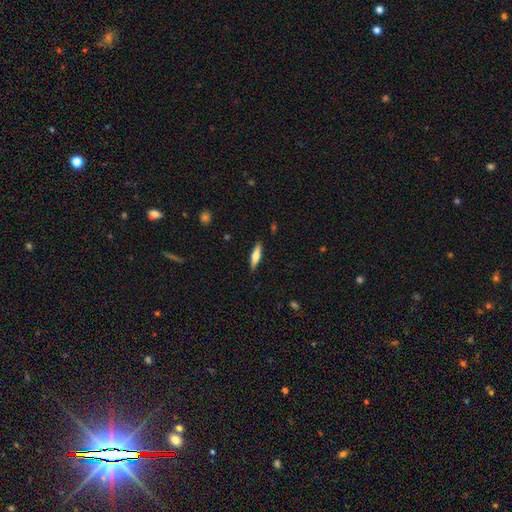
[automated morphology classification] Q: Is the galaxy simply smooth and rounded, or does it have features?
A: smooth — 64%.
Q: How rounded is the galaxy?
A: cigar-shaped — 69%.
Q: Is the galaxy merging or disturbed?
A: none — 88%.